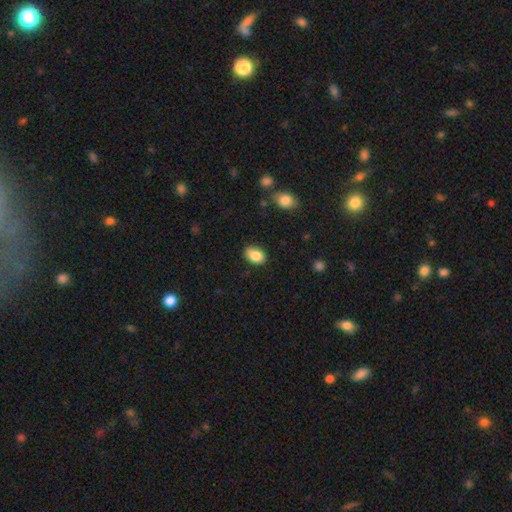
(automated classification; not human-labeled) This is clearly a smooth galaxy (85%). How rounded: clearly in between (83%). Merging: clearly none (80%).